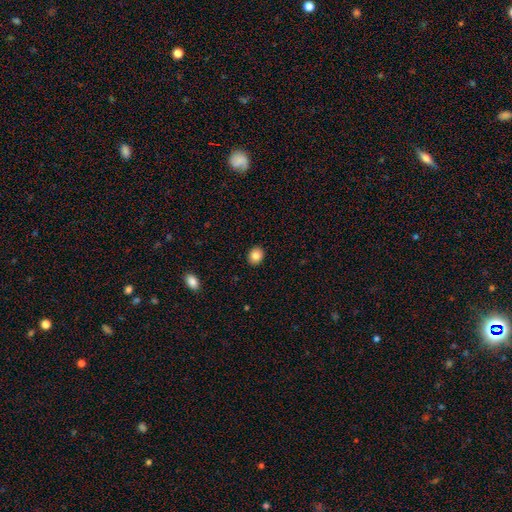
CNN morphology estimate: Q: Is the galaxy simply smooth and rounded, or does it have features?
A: smooth — 84%.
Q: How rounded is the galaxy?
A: round — 58%.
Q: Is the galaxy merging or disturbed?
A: none — 91%.